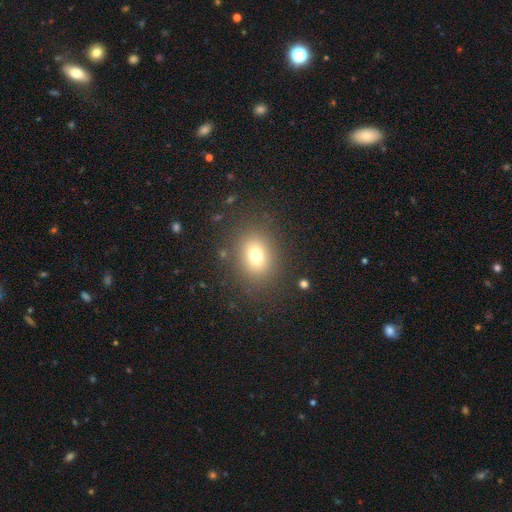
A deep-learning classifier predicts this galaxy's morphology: Smooth or featured: smooth — 73% (star or artifact — 15%)
How rounded: in between — 49% (tied with round — 49%)
Merging: none — 84% (minor disturbance — 9%)